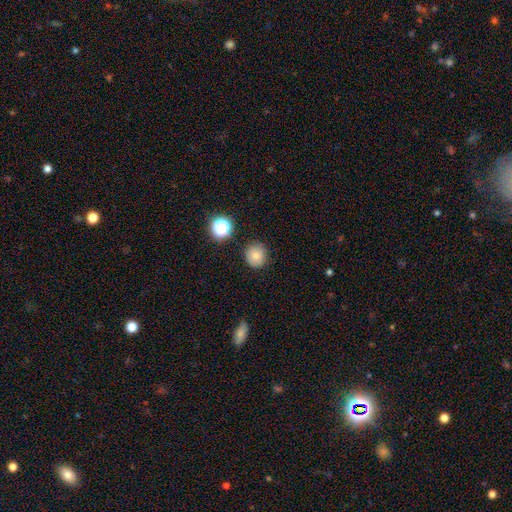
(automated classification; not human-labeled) Smooth or featured: smooth — 77% (star or artifact — 13%)
How rounded: round — 87% (in between — 12%)
Merging: none — 85% (minor disturbance — 10%)